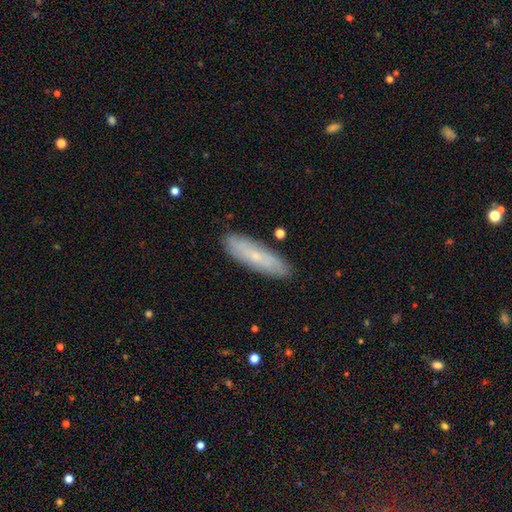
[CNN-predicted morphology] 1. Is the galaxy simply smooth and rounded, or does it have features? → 54% smooth, 37% featured or disk, 9% star or artifact.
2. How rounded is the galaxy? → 63% cigar-shaped, 35% in between, 2% round.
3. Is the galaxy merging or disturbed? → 86% none, 10% minor disturbance, 2% major disturbance, 2% merger.